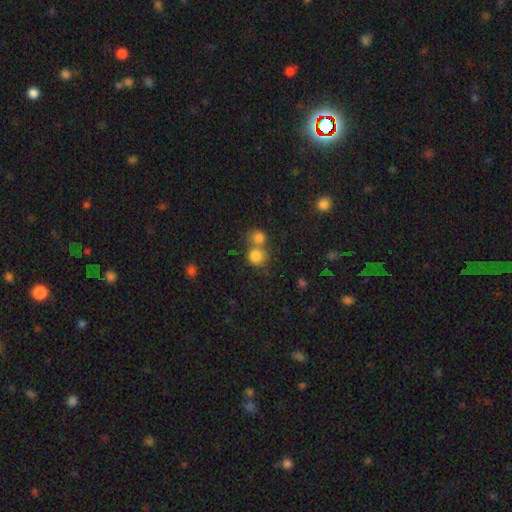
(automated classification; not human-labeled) Morphology: type=smooth (82%); roundness=round (85%); merging=merger (45%).